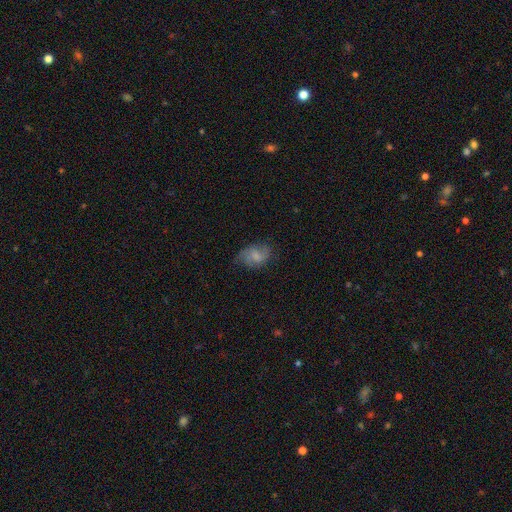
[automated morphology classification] Smooth or featured: smooth — 55% (featured or disk — 37%)
How rounded: in between — 78% (round — 20%)
Merging: none — 61% (minor disturbance — 27%)